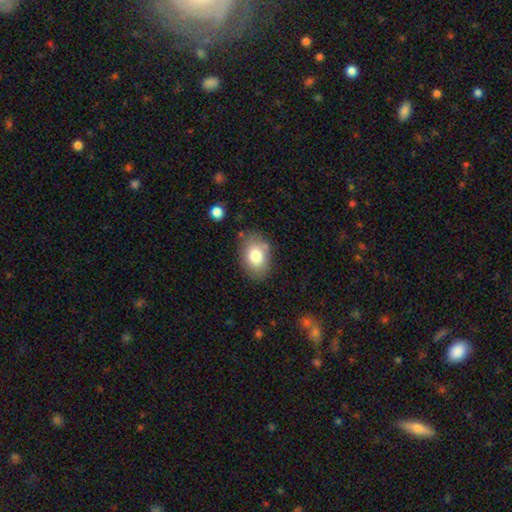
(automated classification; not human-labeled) This is likely a smooth galaxy (79%). How rounded: clearly in between (82%). Merging: likely none (77%).